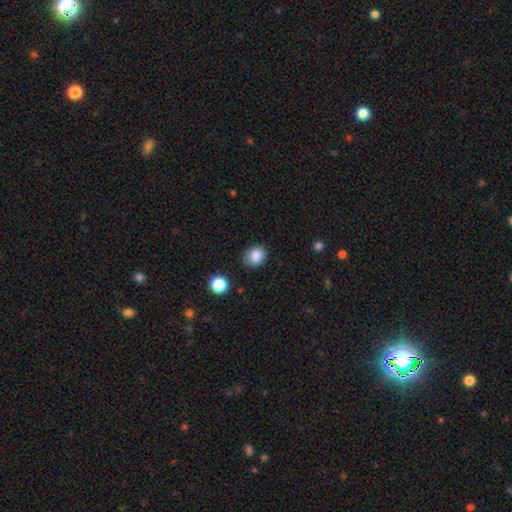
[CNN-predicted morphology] This appears to be a smooth galaxy with no disk features (86%) that is round (58%). Merging: none (80%).